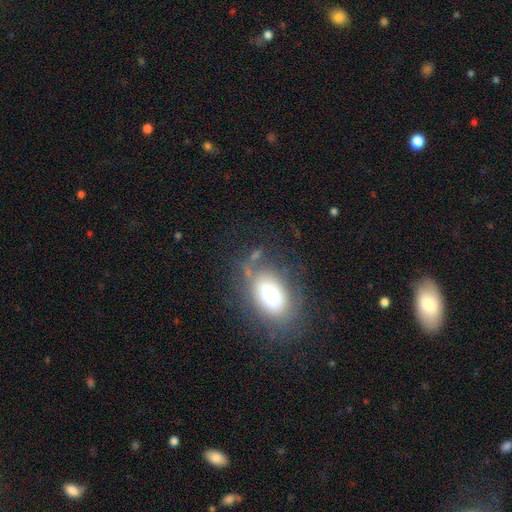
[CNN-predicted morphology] smooth 61%, featured or disk 27%, star or artifact 12%. Down the decision tree: how rounded — in between (89%); merging — none (55%).